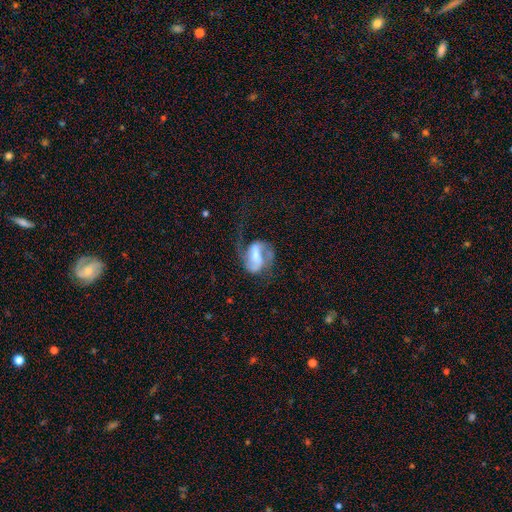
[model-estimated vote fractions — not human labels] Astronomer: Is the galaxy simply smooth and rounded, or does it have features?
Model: featured or disk — 81%.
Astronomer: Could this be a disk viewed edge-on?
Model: no — 97%.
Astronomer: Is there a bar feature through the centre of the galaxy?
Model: strong — 43% (runner-up: weak, 41%).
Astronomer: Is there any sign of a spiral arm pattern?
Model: yes — 93%.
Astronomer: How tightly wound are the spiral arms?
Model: medium — 46% (runner-up: loose, 40%).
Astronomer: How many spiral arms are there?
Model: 2 — 82%.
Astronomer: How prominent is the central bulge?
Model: moderate — 45% (runner-up: small, 30%).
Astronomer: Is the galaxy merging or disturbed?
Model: none — 44% (runner-up: major disturbance, 34%).